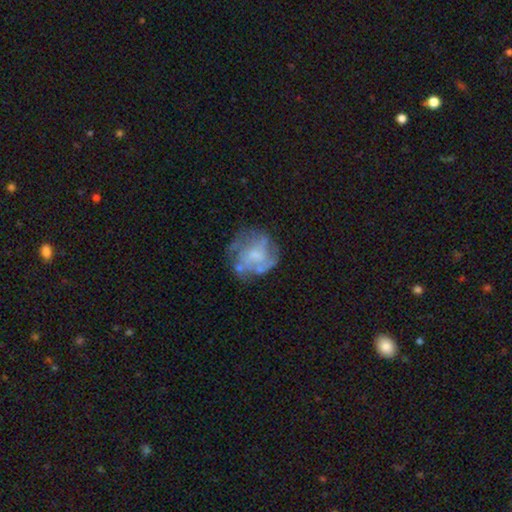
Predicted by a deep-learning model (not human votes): Smooth or featured: featured or disk — 61% (smooth — 30%)
Edge-on disk: no — 98% (yes — 2%)
Bar: no — 71% (weak — 25%)
Spiral arms: no — 54% (yes — 46%)
Bulge size: moderate — 35% (none — 30%)
Merging: none — 53% (minor disturbance — 22%)